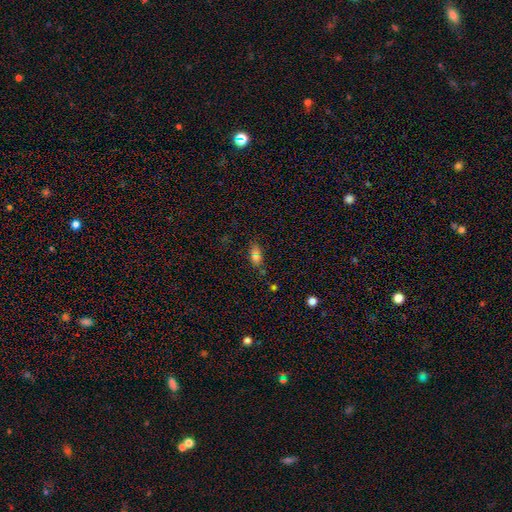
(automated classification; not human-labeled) Smooth or featured: smooth — 71% (star or artifact — 16%)
How rounded: in between — 80% (cigar-shaped — 10%)
Merging: none — 67% (minor disturbance — 19%)